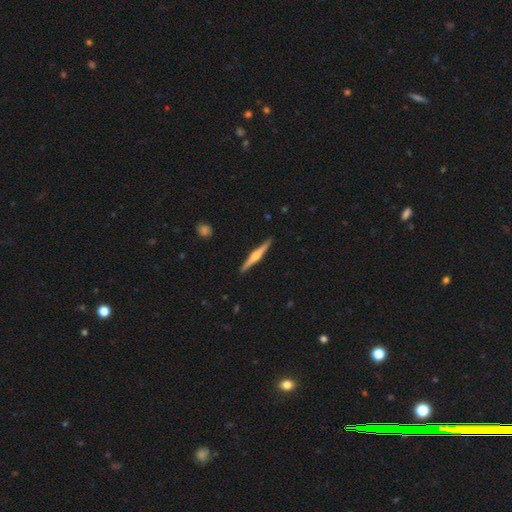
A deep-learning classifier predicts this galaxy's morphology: Smooth or featured? featured or disk (74%)
Edge-on disk? yes (98%)
Edge-on bulge? rounded (89%)
Merging? none (92%)